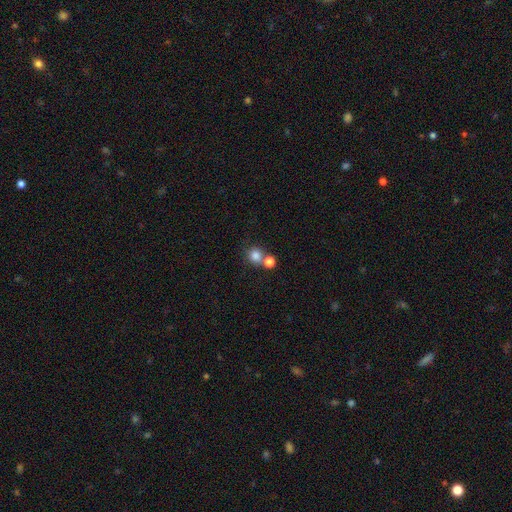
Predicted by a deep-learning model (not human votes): This appears to be a smooth galaxy with no disk features (81%) that is round (86%). Merging: none (53%).